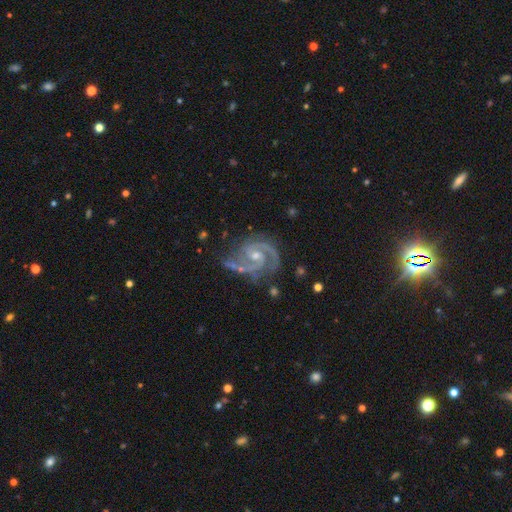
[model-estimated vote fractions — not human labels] A featured or disk galaxy (92%) with no bar (48%), 2 (81%) medium (53%) spiral arms (99%) and a small central bulge (55%). Merging: none (63%).